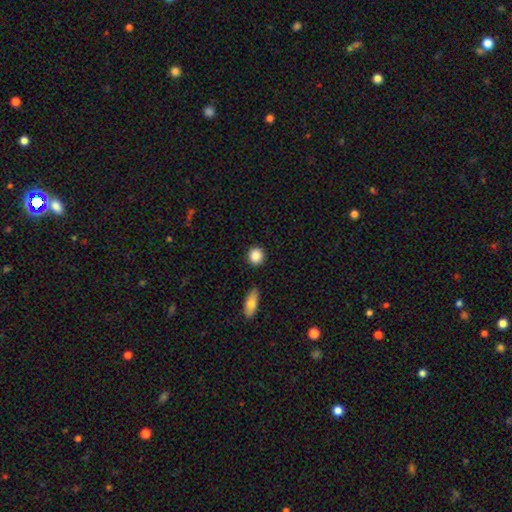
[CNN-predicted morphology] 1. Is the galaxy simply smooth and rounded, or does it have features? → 87% smooth, 8% star or artifact, 5% featured or disk.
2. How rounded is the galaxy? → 86% round, 13% in between, 1% cigar-shaped.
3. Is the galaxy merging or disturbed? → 88% none, 7% minor disturbance, 3% merger, 2% major disturbance.